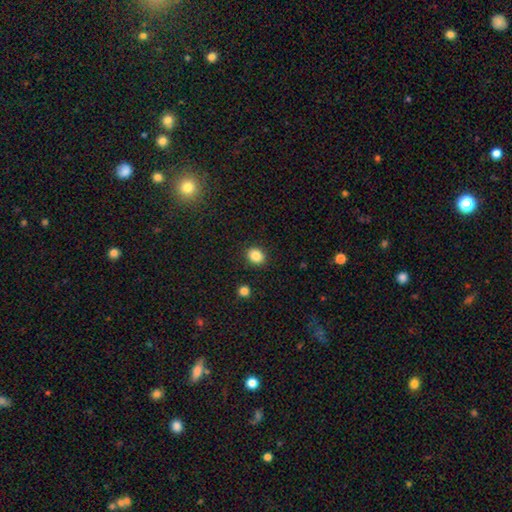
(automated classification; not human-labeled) The model was most divided on "how rounded": round: 59%, in between: 40%, cigar-shaped: 1%. More confident: merging — none (90%); smooth or featured — smooth (85%).